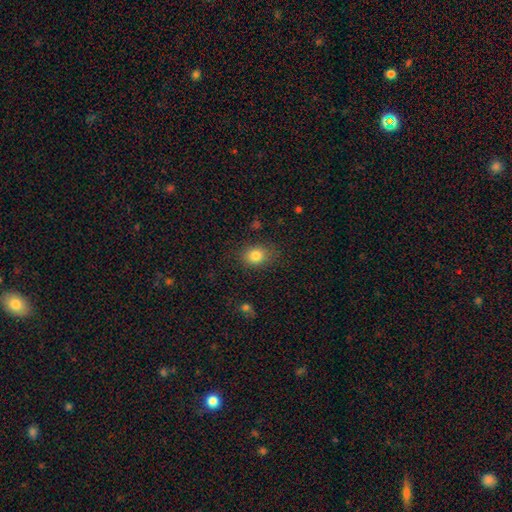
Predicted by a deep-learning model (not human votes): Smooth or featured?
  - smooth: 82% *
  - star or artifact: 11%
  - featured or disk: 7%
How rounded?
  - round: 54% *
  - in between: 45%
  - cigar-shaped: 1%
Merging?
  - none: 81% *
  - minor disturbance: 13%
  - major disturbance: 4%
  - merger: 2%